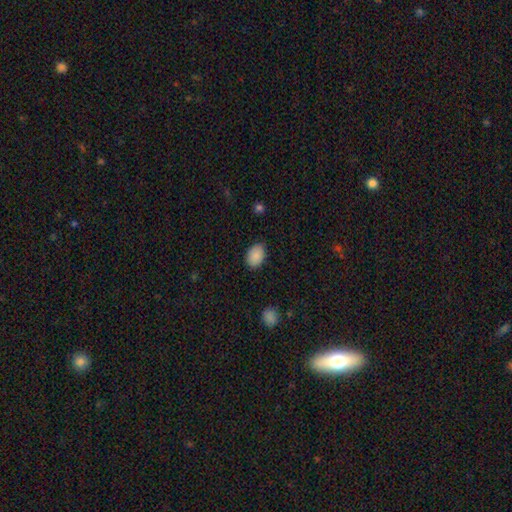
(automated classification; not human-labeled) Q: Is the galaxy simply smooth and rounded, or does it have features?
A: smooth — 89%.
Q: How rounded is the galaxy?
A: in between — 80%.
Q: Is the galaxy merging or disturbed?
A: none — 84%.